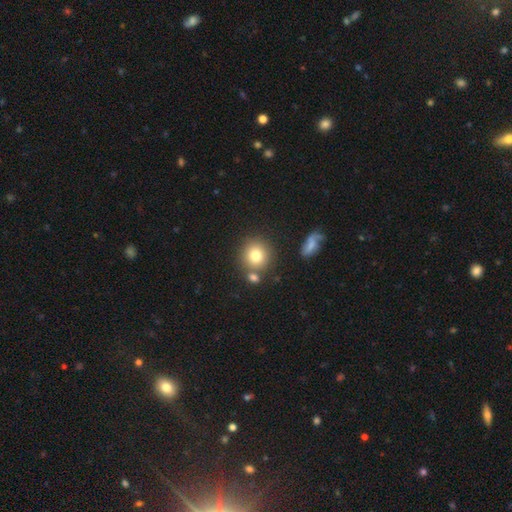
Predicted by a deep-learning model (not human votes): Smooth or featured? smooth (79%)
How rounded? round (87%)
Merging? none (71%)